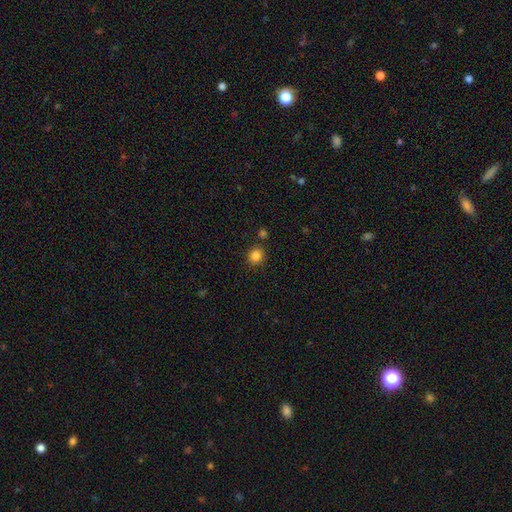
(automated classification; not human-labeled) A smooth galaxy with no disk features (85%) that is round (86%). Merging: none (84%).